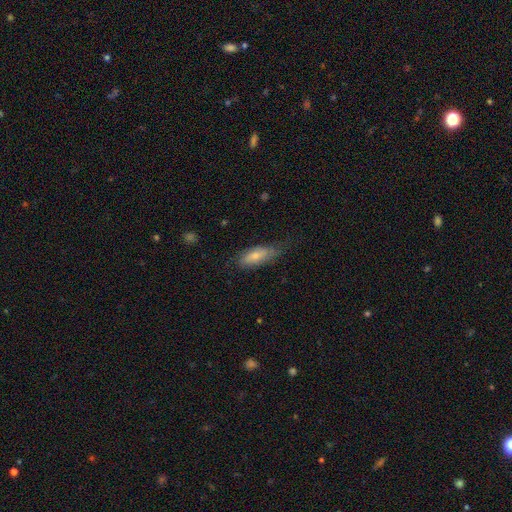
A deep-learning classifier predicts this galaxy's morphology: This is likely a smooth galaxy (70%). How rounded: likely in between (74%). Merging: possibly none (50%).